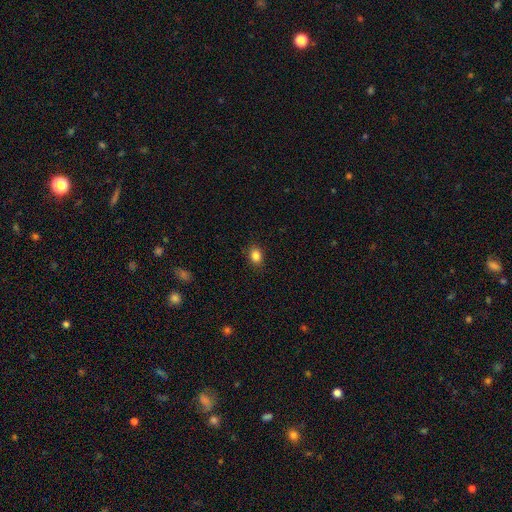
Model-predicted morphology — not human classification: Smooth or featured? Predicted: smooth (p=0.85). How rounded? Predicted: in between (p=0.58). Merging? Predicted: none (p=0.87).